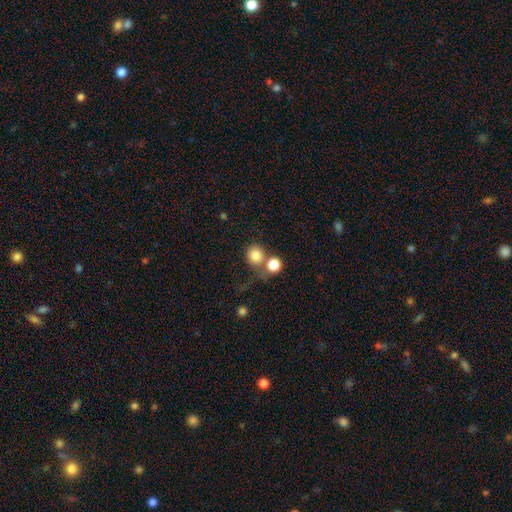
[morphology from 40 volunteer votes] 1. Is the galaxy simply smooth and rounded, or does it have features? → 82% smooth, 10% star or artifact, 8% featured or disk.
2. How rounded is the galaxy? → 76% round, 24% in between, 0% cigar-shaped.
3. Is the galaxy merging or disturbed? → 61% merger, 31% none, 8% minor disturbance, 0% major disturbance.